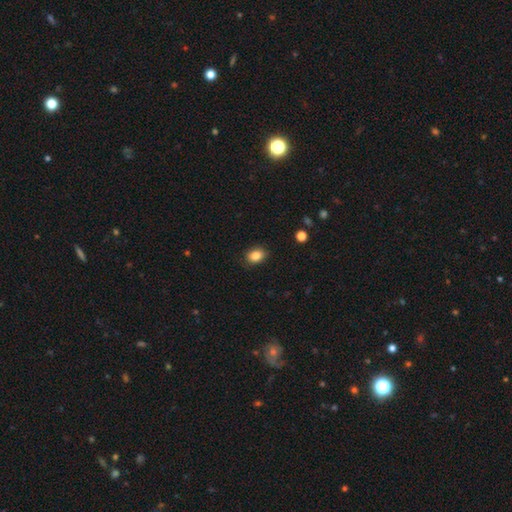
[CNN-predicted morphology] A smooth galaxy with no disk features (85%) that is in between round and cigar-shaped (66%). Merging: none (86%).